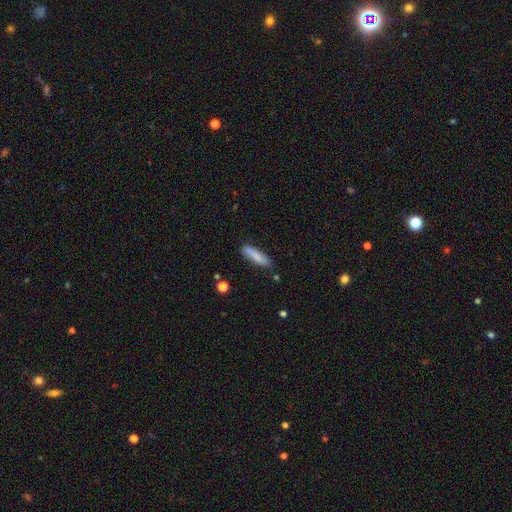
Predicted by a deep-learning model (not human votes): Smooth or featured? Predicted: smooth (p=0.74). How rounded? Predicted: cigar-shaped (p=0.67). Merging? Predicted: none (p=0.76).